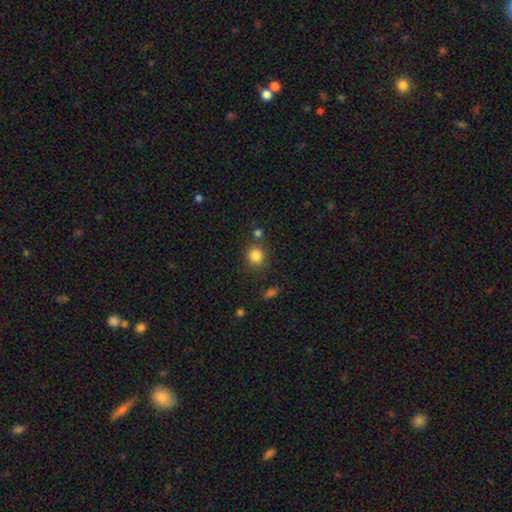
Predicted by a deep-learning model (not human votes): A smooth galaxy with no disk features (84%) that is round (82%).

Vote fractions:
- Smooth or featured? smooth: 84% / star or artifact: 11% / featured or disk: 5%
- How rounded? round: 82% / in between: 17% / cigar-shaped: 1%
- Merging? none: 78% / minor disturbance: 10% / merger: 8% / major disturbance: 3%